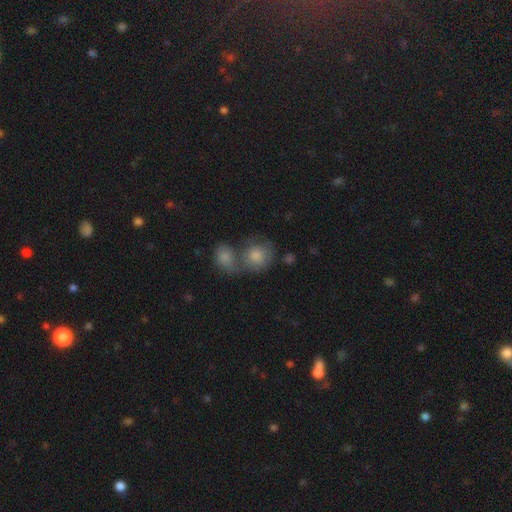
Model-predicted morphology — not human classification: The model was most divided on "merging": merger: 49%, none: 35%, minor disturbance: 10%, major disturbance: 5%. More confident: how rounded — round (70%); smooth or featured — smooth (63%).